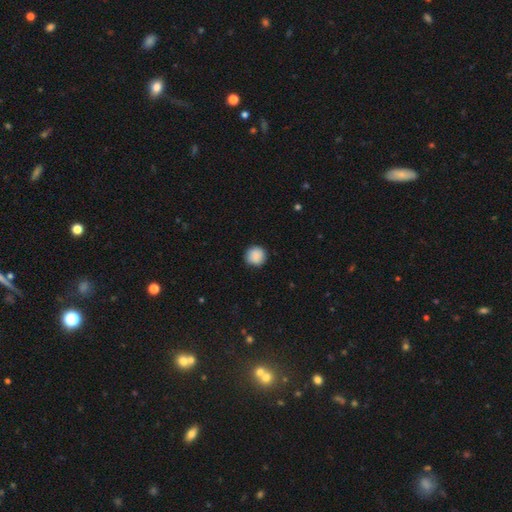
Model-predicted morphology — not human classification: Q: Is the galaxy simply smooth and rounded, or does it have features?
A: smooth — 88%.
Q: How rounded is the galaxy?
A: round — 94%.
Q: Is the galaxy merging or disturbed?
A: none — 87%.